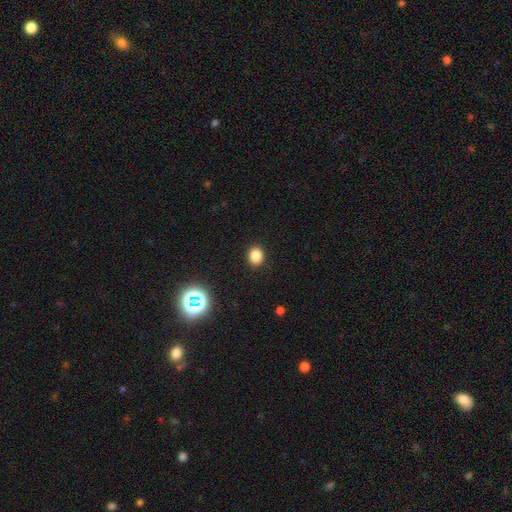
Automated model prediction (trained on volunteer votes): Smooth or featured? Predicted: smooth (p=0.84). How rounded? Predicted: round (p=0.58). Merging? Predicted: none (p=0.90).